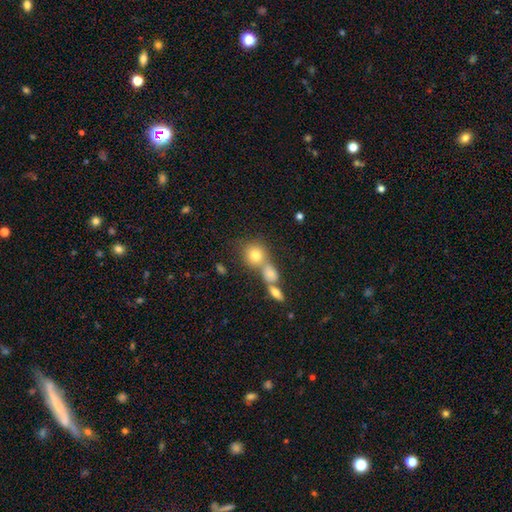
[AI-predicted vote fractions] smooth_or_featured: smooth (p=0.75) [alt: star or artifact p=0.13]
how_rounded: round (p=0.79) [alt: in between p=0.19]
merging: merger (p=0.46) [alt: none p=0.42]